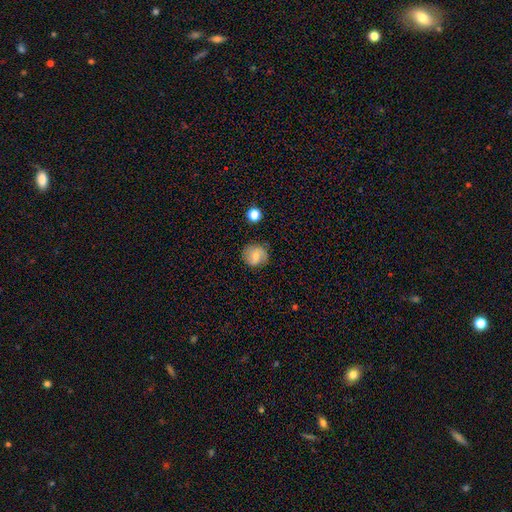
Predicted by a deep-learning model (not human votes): Smooth or featured: smooth — 59% (featured or disk — 31%)
How rounded: round — 81% (in between — 18%)
Merging: none — 75% (minor disturbance — 18%)